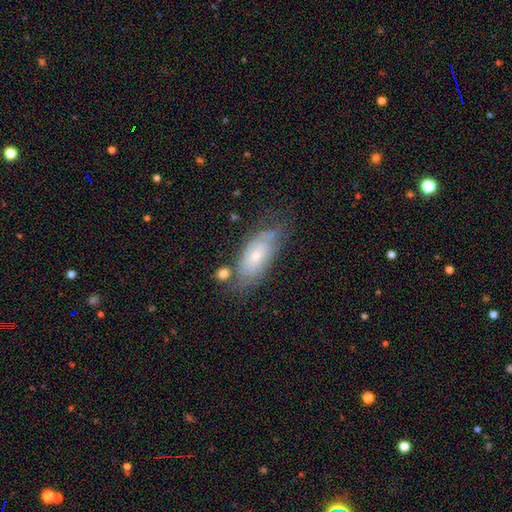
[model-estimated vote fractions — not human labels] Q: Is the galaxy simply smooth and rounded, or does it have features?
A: featured or disk — 54%.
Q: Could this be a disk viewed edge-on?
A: no — 87%.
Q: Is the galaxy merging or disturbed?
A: none — 56%.